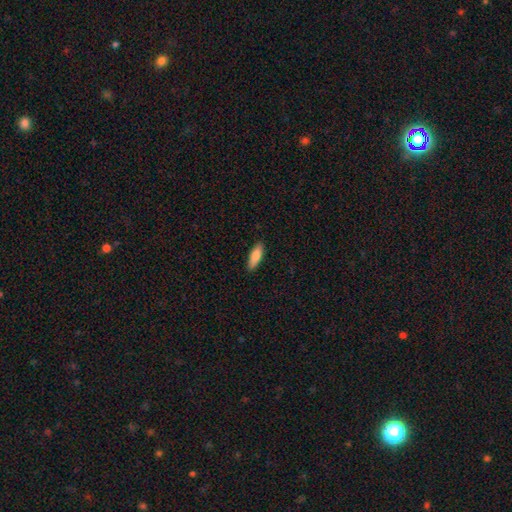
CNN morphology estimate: A smooth galaxy with no disk features (80%) that is in between round and cigar-shaped (51%). Merging: none (89%).